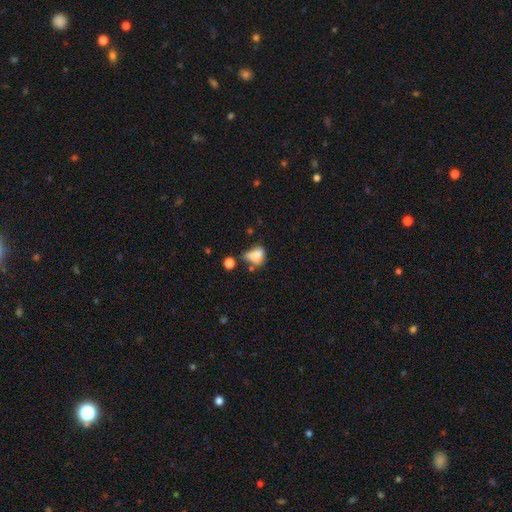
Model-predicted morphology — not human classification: Smooth or featured: smooth — 72% (featured or disk — 16%)
How rounded: in between — 73% (round — 24%)
Merging: minor disturbance — 32% (none — 29%)